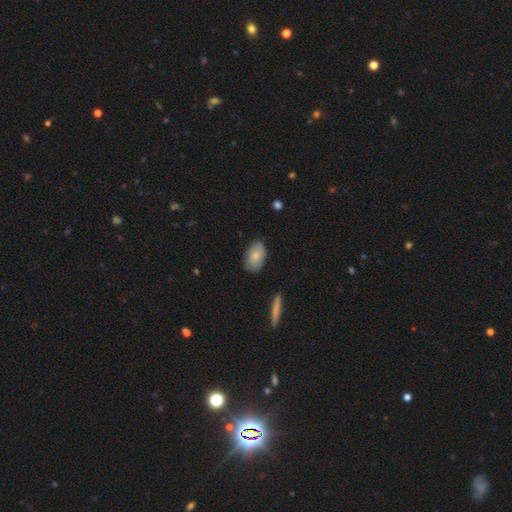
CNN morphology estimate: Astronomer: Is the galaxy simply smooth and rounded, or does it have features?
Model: smooth — 80%.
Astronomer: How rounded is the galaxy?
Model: in between — 92%.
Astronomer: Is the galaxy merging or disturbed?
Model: none — 83%.